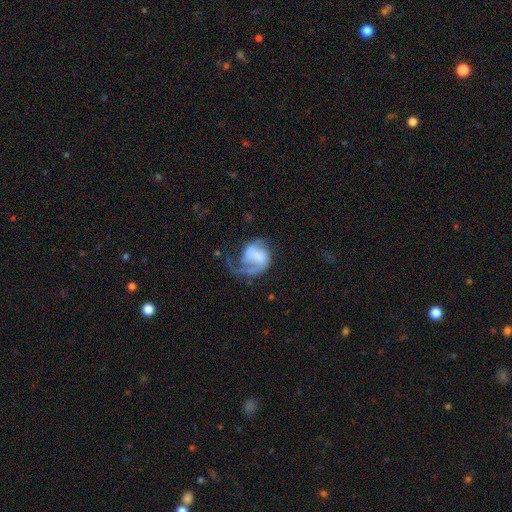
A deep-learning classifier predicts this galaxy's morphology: type=featured or disk (69%); edge-on=no (98%); bar=no (51%); spiral arms=yes (86%); winding=loose (44%); arm count=1 (59%); bulge=none (44%); merging=major disturbance (45%).